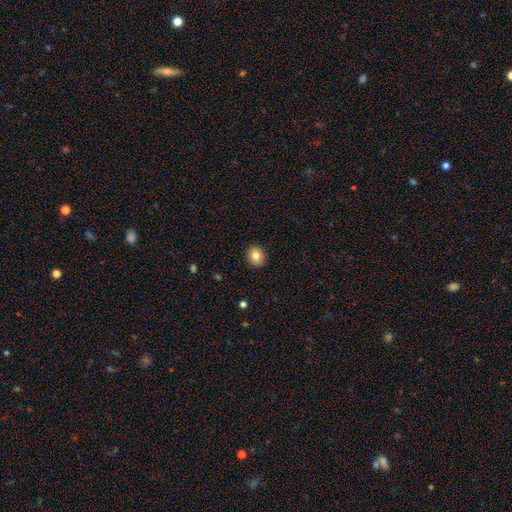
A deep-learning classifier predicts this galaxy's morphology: The model was most divided on "how rounded": round: 71%, in between: 28%, cigar-shaped: 1%. More confident: merging — none (91%); smooth or featured — smooth (82%).